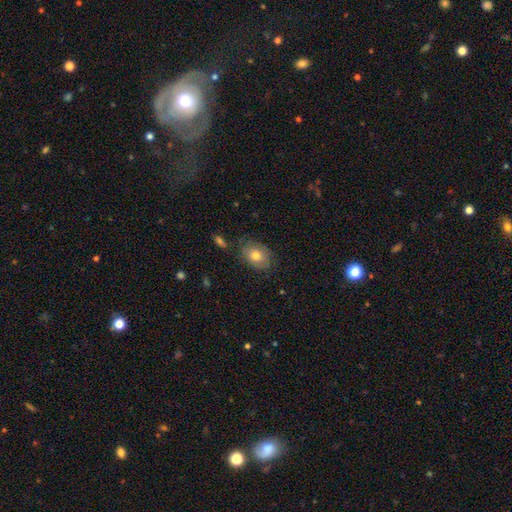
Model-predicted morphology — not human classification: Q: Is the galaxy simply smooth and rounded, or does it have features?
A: smooth — 73%.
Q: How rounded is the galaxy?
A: in between — 77%.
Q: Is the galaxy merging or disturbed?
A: none — 76%.